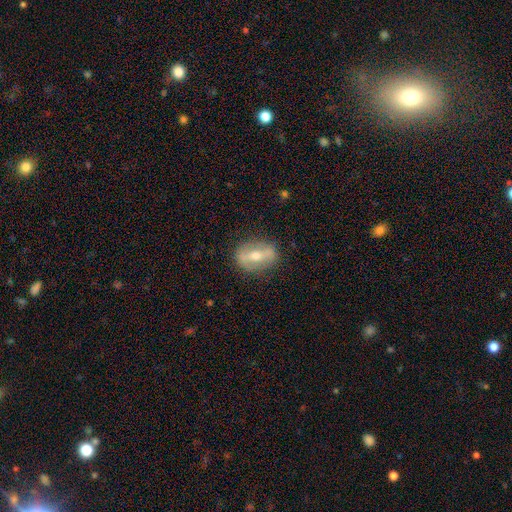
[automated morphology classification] smooth-or-featured: featured or disk: 65% | smooth: 28% | star or artifact: 7%
  disk-edge-on: no: 70% | yes: 30%
  merging: none: 82% | minor disturbance: 12% | major disturbance: 4% | merger: 1%